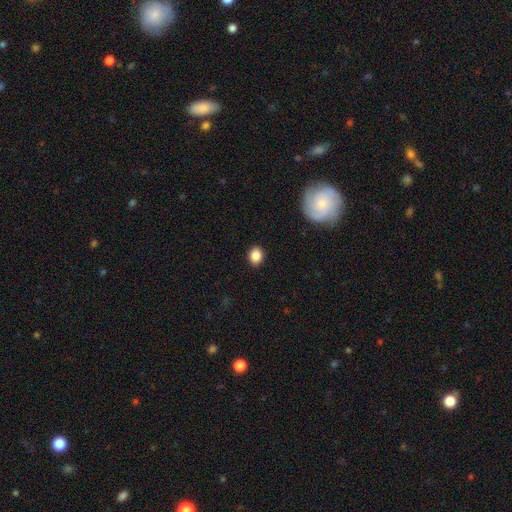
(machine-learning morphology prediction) smooth 86%, star or artifact 9%, featured or disk 5%. Down the decision tree: how rounded — round (50%); merging — none (89%).